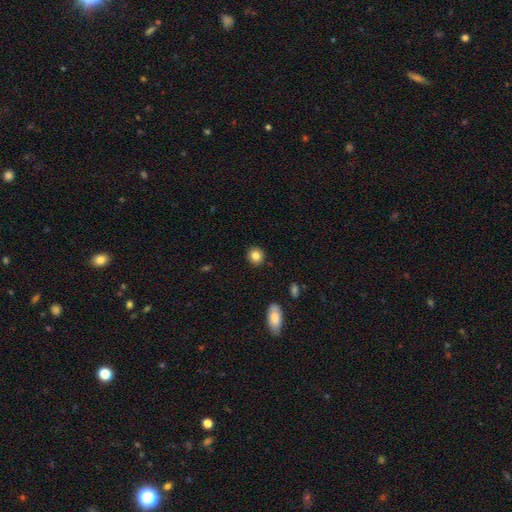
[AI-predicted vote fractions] This is clearly a smooth galaxy (84%). How rounded: clearly round (87%). Merging: clearly none (91%).